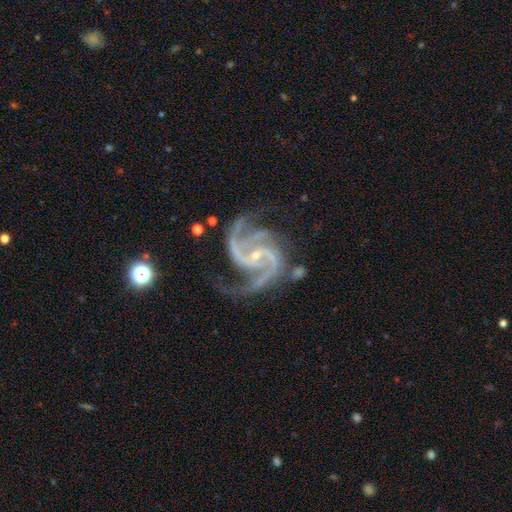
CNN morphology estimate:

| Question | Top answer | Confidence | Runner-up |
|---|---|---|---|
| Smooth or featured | featured or disk | 94% | star or artifact (4%) |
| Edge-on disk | no | 98% | yes (2%) |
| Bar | no | 42% | weak (35%) |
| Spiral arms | yes | 99% | no (1%) |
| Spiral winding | medium | 64% | tight (21%) |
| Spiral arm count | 3 | 43% | 2 (36%) |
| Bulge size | small | 82% | moderate (14%) |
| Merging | none | 63% | minor disturbance (21%) |